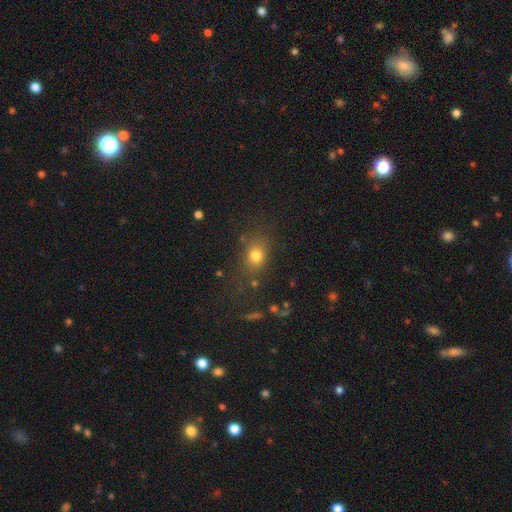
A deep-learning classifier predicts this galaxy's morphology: smooth 76%, star or artifact 16%, featured or disk 9%. Down the decision tree: how rounded — round (50%); merging — none (73%).